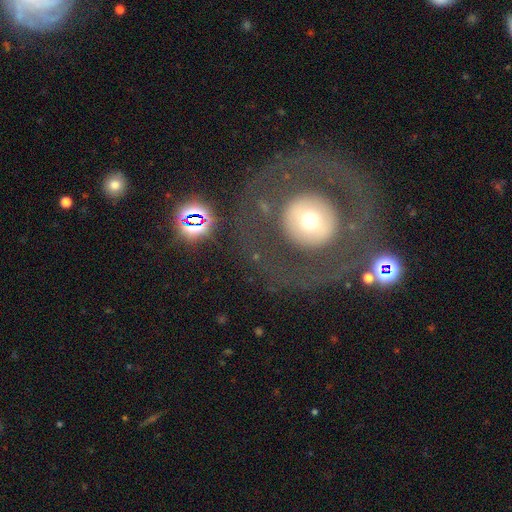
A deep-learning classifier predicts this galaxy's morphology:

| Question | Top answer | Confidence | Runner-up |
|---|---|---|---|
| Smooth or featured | featured or disk | 59% | smooth (32%) |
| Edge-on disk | no | 94% | yes (6%) |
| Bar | no | 85% | weak (9%) |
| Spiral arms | no | 78% | yes (22%) |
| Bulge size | moderate | 51% | small (26%) |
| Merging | none | 75% | major disturbance (11%) |